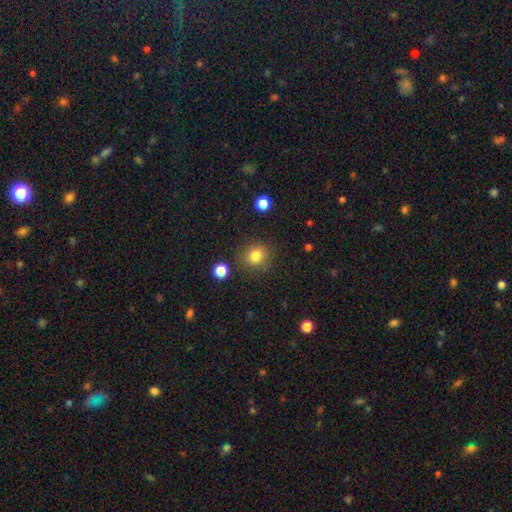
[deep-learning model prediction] Smooth or featured? Predicted: smooth (p=0.82). How rounded? Predicted: round (p=0.83). Merging? Predicted: none (p=0.83).